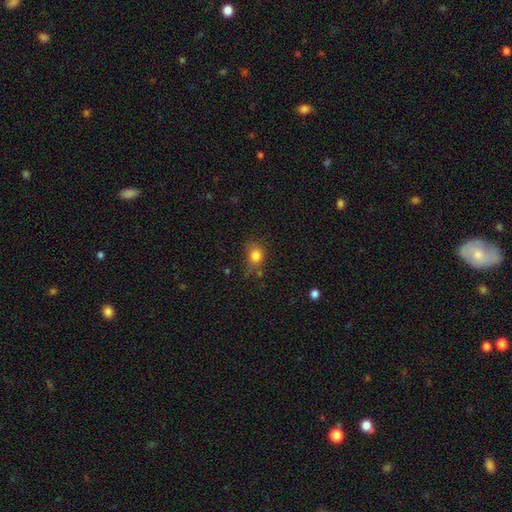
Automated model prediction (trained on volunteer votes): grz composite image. It shows a smooth galaxy with no disk features (81%) that is round (68%). Merging: none (53%).